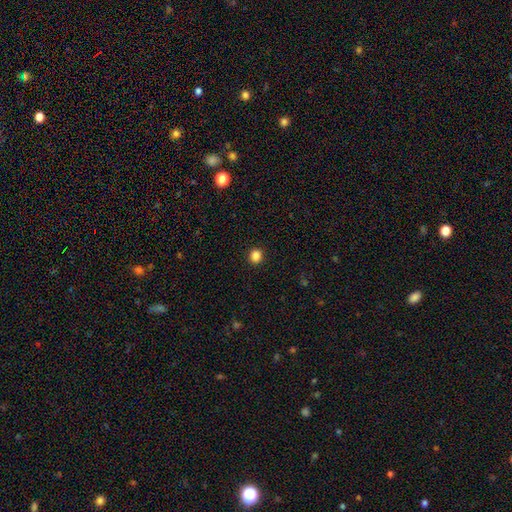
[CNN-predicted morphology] Overall: smooth (86%). How rounded: round (78%). Merging: none (92%).